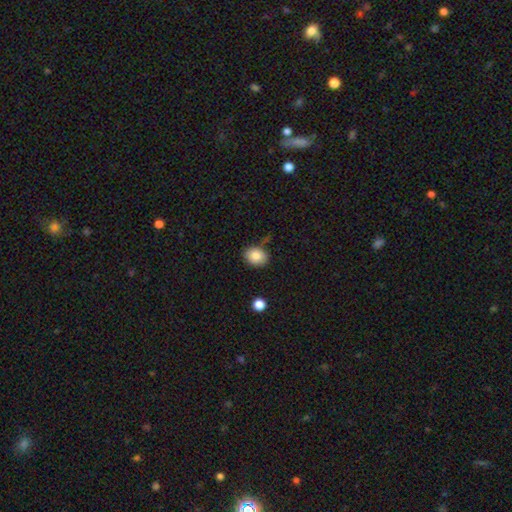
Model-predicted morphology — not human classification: Smooth or featured? Predicted: smooth (p=0.85). How rounded? Predicted: in between (p=0.55). Merging? Predicted: none (p=0.79).